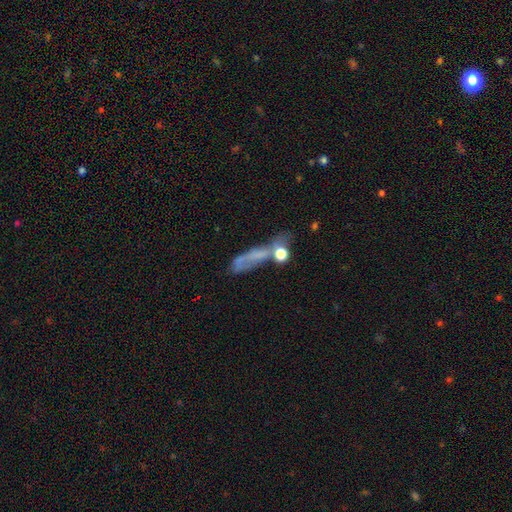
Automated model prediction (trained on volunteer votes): Q: Smooth or featured?
A: smooth (42%); runner-up: featured or disk (40%)
Q: Merging?
A: none (35%); runner-up: major disturbance (25%)